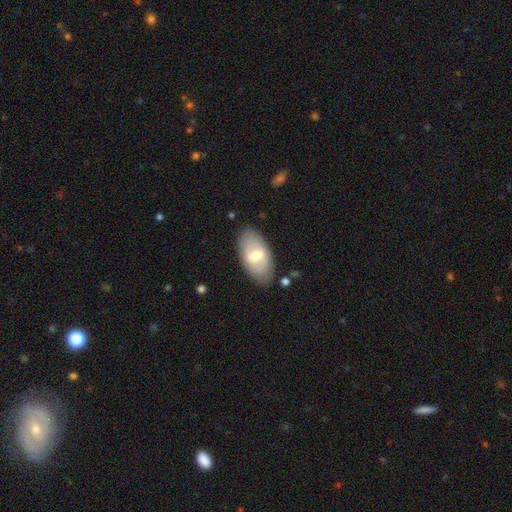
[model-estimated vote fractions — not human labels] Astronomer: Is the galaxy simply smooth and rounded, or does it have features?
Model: smooth — 53% (runner-up: featured or disk, 41%).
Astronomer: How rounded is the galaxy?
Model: in between — 93%.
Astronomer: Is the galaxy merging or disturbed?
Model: none — 82%.